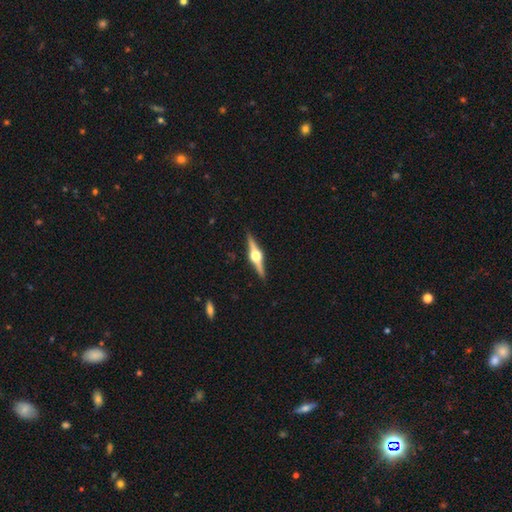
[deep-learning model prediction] smooth-or-featured: featured or disk: 86% | smooth: 9% | star or artifact: 5%
  disk-edge-on: yes: 99% | no: 1%
    edge-on-bulge: rounded: 95% | boxy: 3% | none: 1%
  merging: none: 91% | minor disturbance: 6% | major disturbance: 1% | merger: 1%